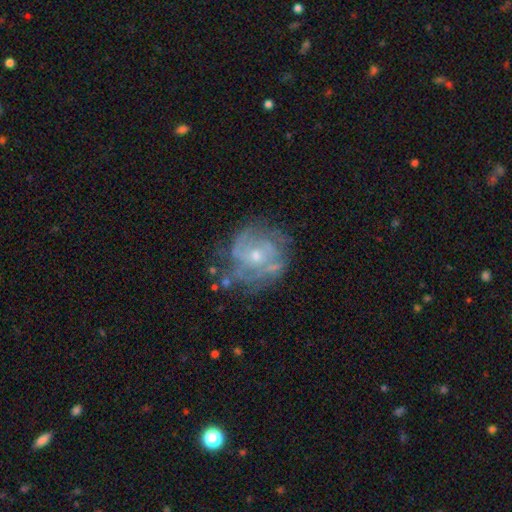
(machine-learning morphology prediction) Q: Smooth or featured?
A: featured or disk (81%); runner-up: smooth (11%)
Q: Edge-on disk?
A: no (98%); runner-up: yes (2%)
Q: Bar?
A: no (73%); runner-up: weak (22%)
Q: Spiral arms?
A: yes (84%); runner-up: no (16%)
Q: Spiral winding?
A: tight (55%); runner-up: medium (34%)
Q: Spiral arm count?
A: can't tell (40%); runner-up: 2 (22%)
Q: Bulge size?
A: small (58%); runner-up: moderate (38%)
Q: Merging?
A: none (62%); runner-up: minor disturbance (21%)